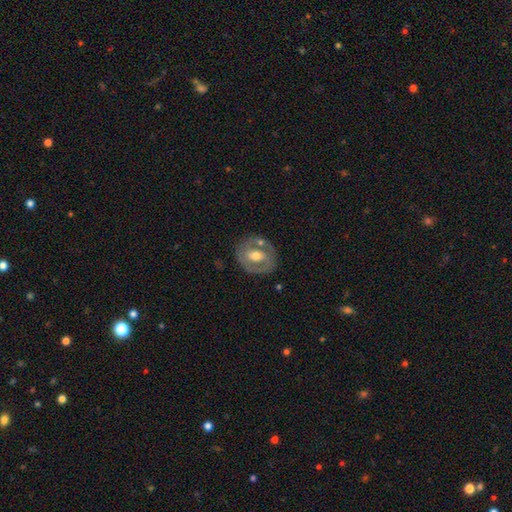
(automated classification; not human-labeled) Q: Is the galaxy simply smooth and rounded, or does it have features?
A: featured or disk — 65%.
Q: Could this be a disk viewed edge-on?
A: no — 95%.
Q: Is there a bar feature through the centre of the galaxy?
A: no — 46%.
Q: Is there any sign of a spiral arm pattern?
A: no — 55%.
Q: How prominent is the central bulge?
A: moderate — 72%.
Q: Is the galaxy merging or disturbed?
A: none — 74%.